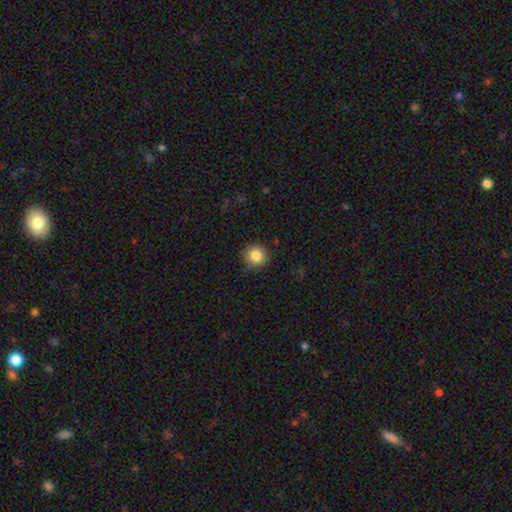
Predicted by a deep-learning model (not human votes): Morphology: type=smooth (84%); roundness=round (94%); merging=none (89%).